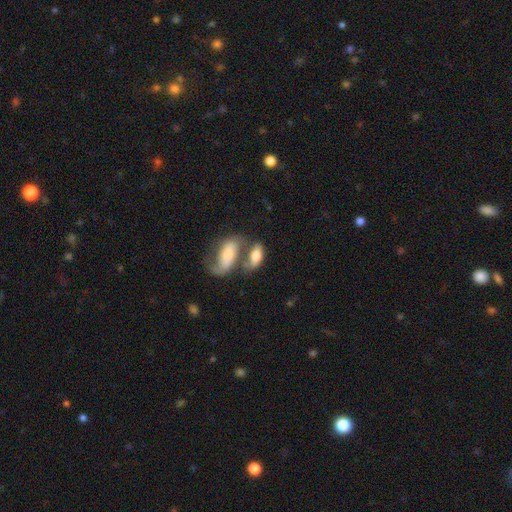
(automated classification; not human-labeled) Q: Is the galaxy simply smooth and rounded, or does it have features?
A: smooth — 63%.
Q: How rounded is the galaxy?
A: in between — 85%.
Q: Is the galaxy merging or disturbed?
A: merger — 55%.